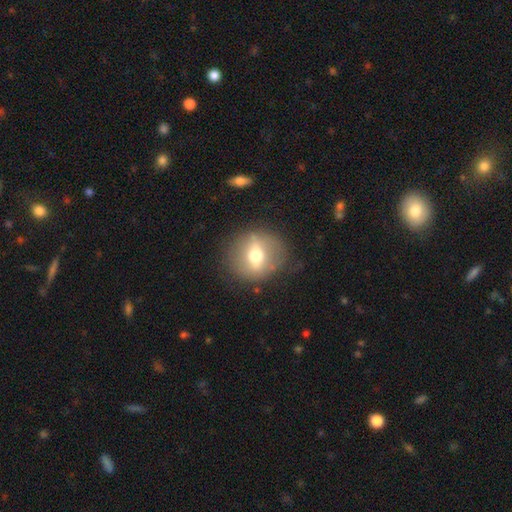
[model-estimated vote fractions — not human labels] A smooth galaxy with no disk features (47%).

Vote fractions:
- Smooth or featured? smooth: 47% / featured or disk: 44% / star or artifact: 9%
- Merging? none: 80% / minor disturbance: 12% / major disturbance: 6% / merger: 2%